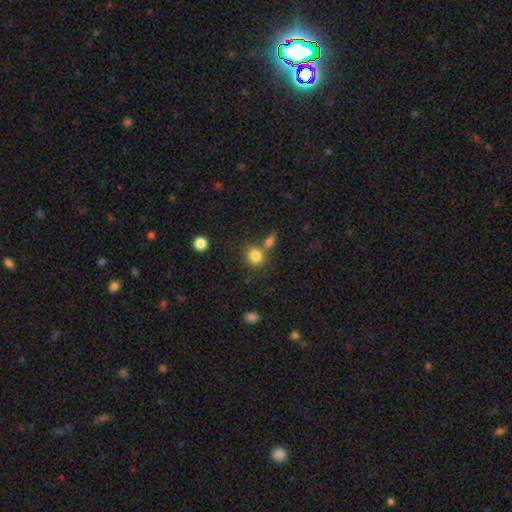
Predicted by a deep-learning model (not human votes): smooth 83%, star or artifact 10%, featured or disk 7%. Down the decision tree: how rounded — round (77%); merging — none (58%).